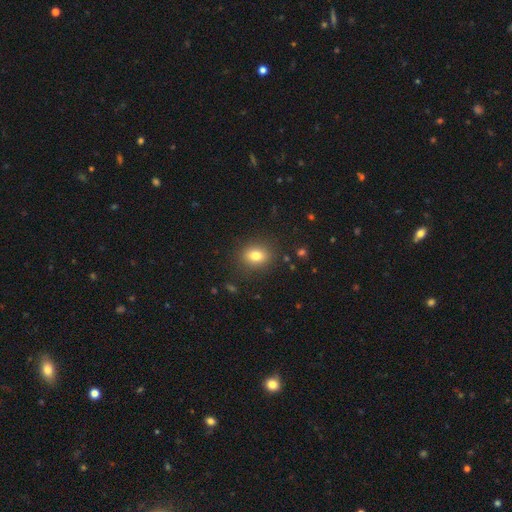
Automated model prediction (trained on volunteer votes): A smooth galaxy with no disk features (80%) that is in between round and cigar-shaped (50%).

Vote fractions:
- Smooth or featured? smooth: 80% / star or artifact: 11% / featured or disk: 9%
- How rounded? in between: 50% / round: 49% / cigar-shaped: 1%
- Merging? none: 87% / minor disturbance: 9% / major disturbance: 3% / merger: 1%